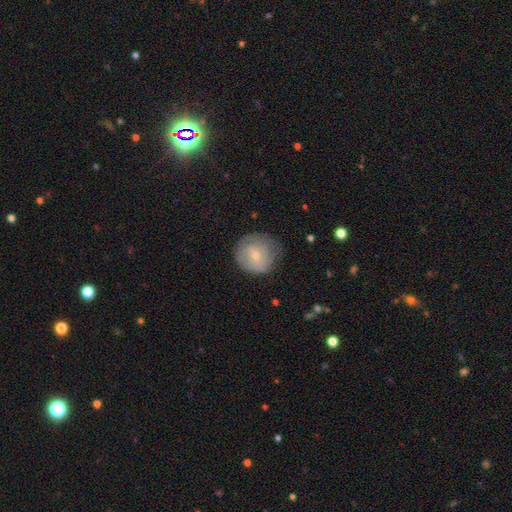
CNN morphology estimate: Smooth or featured: smooth — 54% (featured or disk — 39%)
How rounded: round — 89% (in between — 10%)
Merging: none — 66% (minor disturbance — 24%)